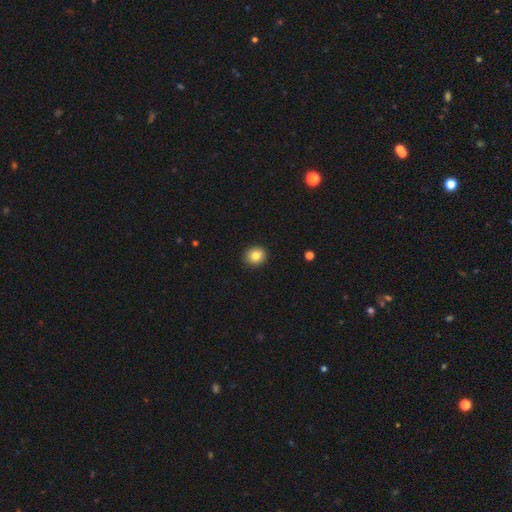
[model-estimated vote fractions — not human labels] Smooth or featured? Predicted: smooth (p=0.83). How rounded? Predicted: round (p=0.79). Merging? Predicted: none (p=0.91).